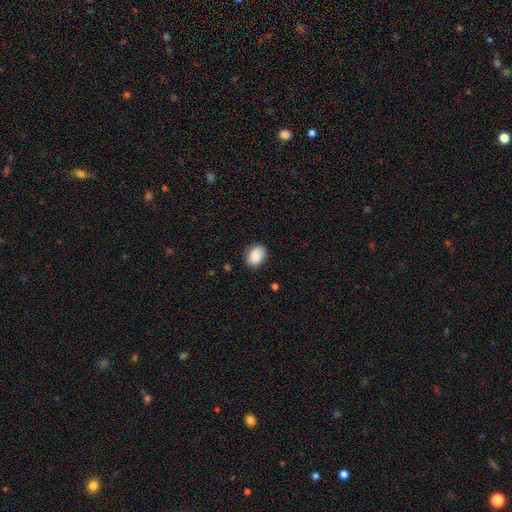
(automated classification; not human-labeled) This is clearly a smooth galaxy (88%). How rounded: likely in between (65%). Merging: clearly none (80%).